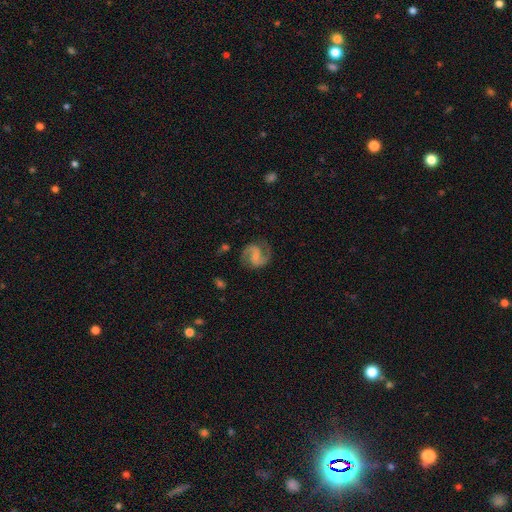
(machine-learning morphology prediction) smooth-or-featured: featured or disk: 88% | smooth: 7% | star or artifact: 5%
  disk-edge-on: no: 98% | yes: 2%
    bar: weak: 49% | no: 32% | strong: 19%
    has-spiral-arms: yes: 97% | no: 3%
      spiral-winding: medium: 59% | loose: 23% | tight: 19%
      spiral-arm-count: 2: 93% | can't tell: 2% | 1: 2% | 3: 1% | 4: 1% | more than 4: 1%
    bulge-size: small: 48% | moderate: 25% | none: 24% | large: 2% | dominant: 1%
  merging: none: 82% | minor disturbance: 12% | major disturbance: 5% | merger: 1%